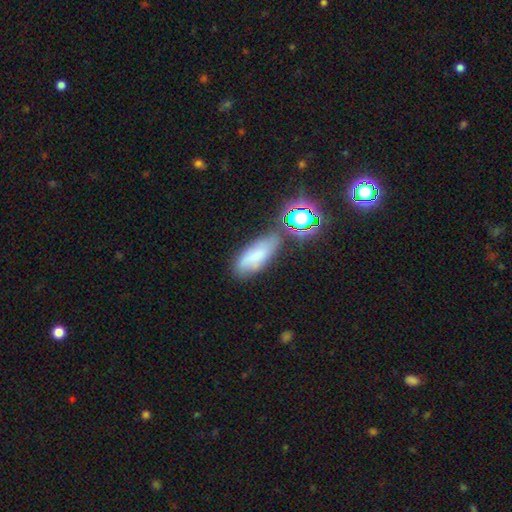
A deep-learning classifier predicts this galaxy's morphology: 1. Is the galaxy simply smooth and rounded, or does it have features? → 64% smooth, 20% featured or disk, 16% star or artifact.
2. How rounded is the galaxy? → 73% in between, 23% cigar-shaped, 4% round.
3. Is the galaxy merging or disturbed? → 59% none, 22% minor disturbance, 13% merger, 7% major disturbance.